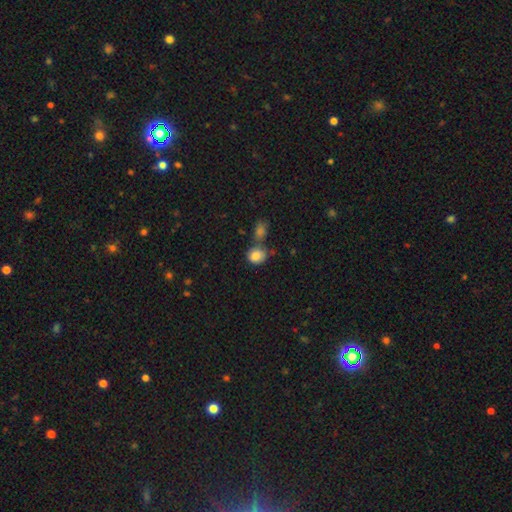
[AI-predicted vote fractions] Smooth or featured? smooth (85%)
How rounded? round (72%)
Merging? none (51%)